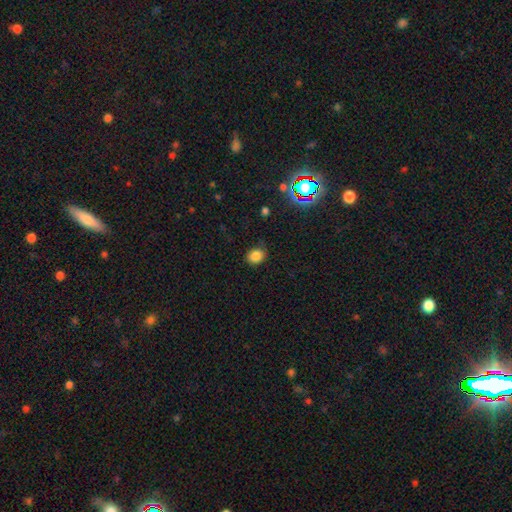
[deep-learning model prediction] Q: Smooth or featured?
A: smooth (83%); runner-up: star or artifact (12%)
Q: How rounded?
A: round (63%); runner-up: in between (36%)
Q: Merging?
A: none (78%); runner-up: minor disturbance (17%)